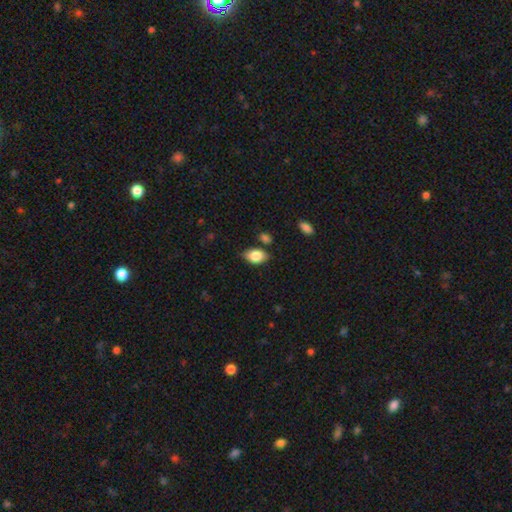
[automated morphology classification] Smooth or featured? Predicted: smooth (p=0.83). How rounded? Predicted: in between (p=0.88). Merging? Predicted: none (p=0.74).